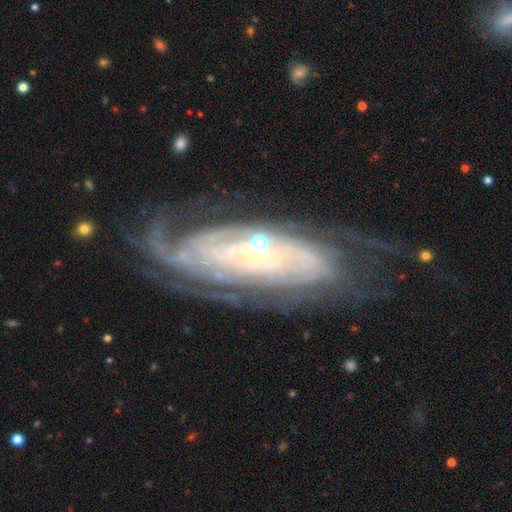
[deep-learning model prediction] Smooth or featured: featured or disk — 86% (smooth — 7%)
Edge-on disk: no — 90% (yes — 10%)
Bar: no — 62% (weak — 24%)
Spiral arms: yes — 96% (no — 4%)
Spiral winding: tight — 72% (medium — 22%)
Spiral arm count: can't tell — 36% (2 — 16%)
Bulge size: small — 79% (moderate — 11%)
Merging: none — 63% (minor disturbance — 20%)